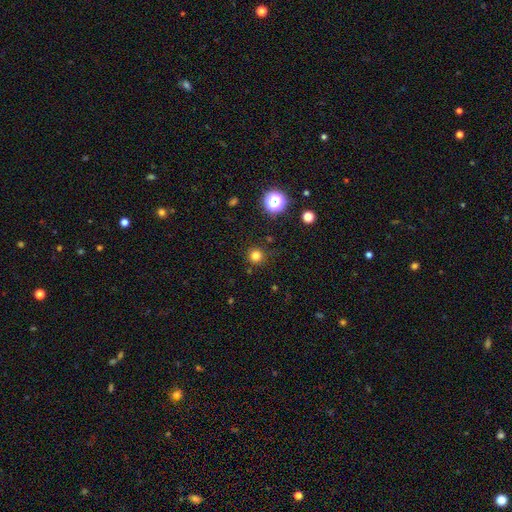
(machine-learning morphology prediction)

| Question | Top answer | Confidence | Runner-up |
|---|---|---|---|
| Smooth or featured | smooth | 79% | star or artifact (16%) |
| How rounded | round | 95% | in between (4%) |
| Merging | none | 89% | minor disturbance (7%) |